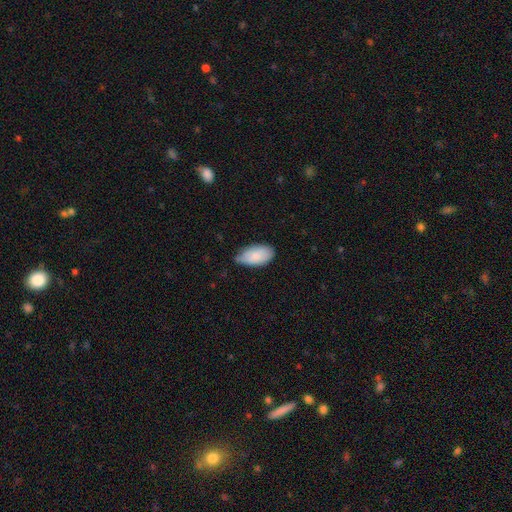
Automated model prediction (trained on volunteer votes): Smooth or featured: smooth — 84% (featured or disk — 10%)
How rounded: in between — 95% (round — 3%)
Merging: none — 56% (minor disturbance — 38%)